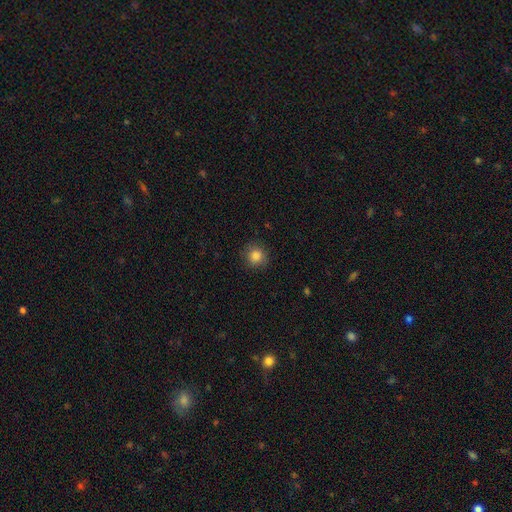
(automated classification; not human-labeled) Smooth or featured? Predicted: smooth (p=0.85). How rounded? Predicted: round (p=0.91). Merging? Predicted: none (p=0.87).